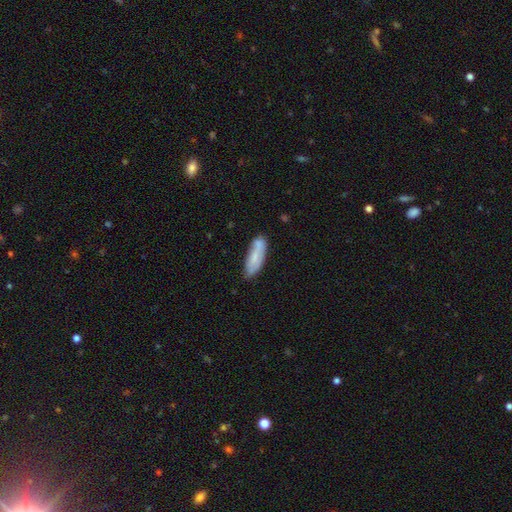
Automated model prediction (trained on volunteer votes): Overall: smooth (65%; featured or disk 28%). How rounded: in between (53%; cigar-shaped 45%). Merging: none (66%).